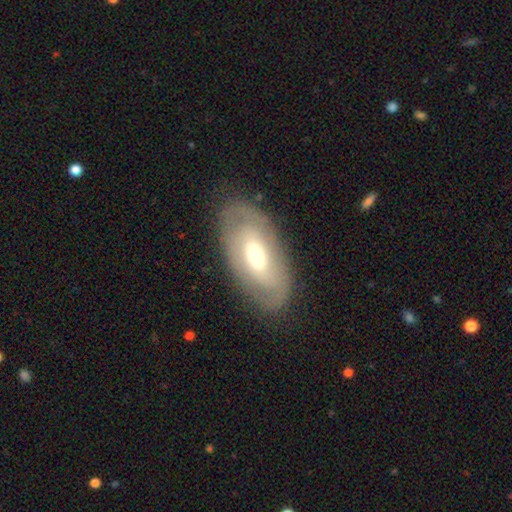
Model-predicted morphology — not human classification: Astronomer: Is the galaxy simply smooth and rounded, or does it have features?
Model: featured or disk — 64%.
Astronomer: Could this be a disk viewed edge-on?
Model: no — 89%.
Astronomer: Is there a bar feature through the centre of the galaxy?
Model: no — 50% (runner-up: weak, 35%).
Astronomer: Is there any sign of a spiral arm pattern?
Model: yes — 61% (runner-up: no, 39%).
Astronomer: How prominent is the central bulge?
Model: moderate — 64%.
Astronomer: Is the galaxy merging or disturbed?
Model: none — 81%.